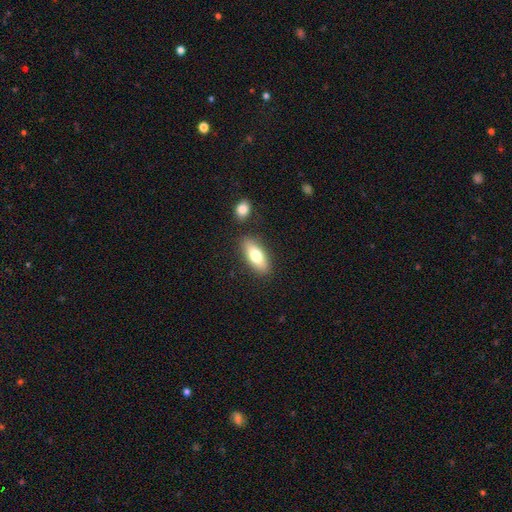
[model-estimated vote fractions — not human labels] Smooth or featured: smooth — 73% (featured or disk — 20%)
How rounded: in between — 79% (cigar-shaped — 18%)
Merging: none — 82% (minor disturbance — 10%)